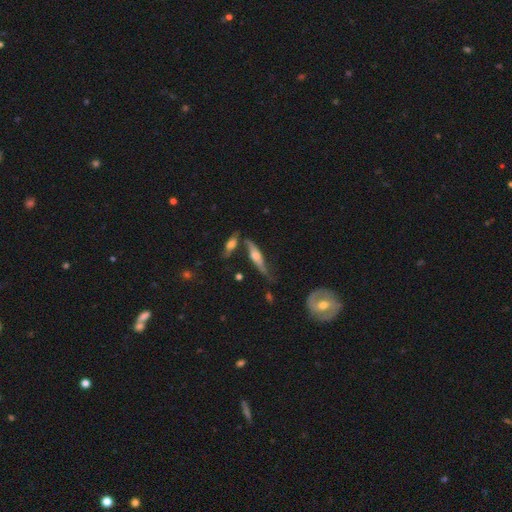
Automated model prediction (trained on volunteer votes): featured or disk 73%, smooth 20%, star or artifact 7%. Down the decision tree: edge-on disk — yes (84%); edge-on bulge — rounded (88%); merging — none (55%).